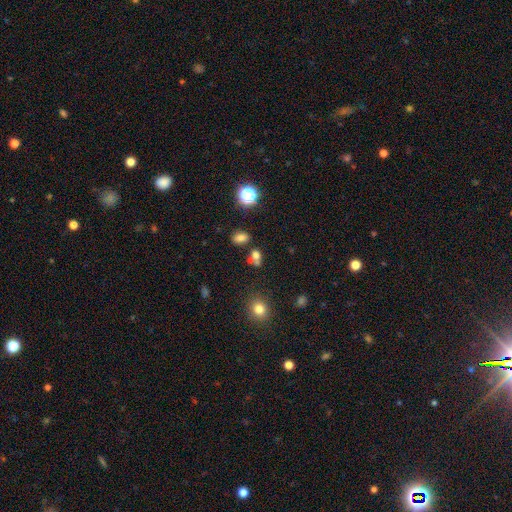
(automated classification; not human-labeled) Smooth or featured: smooth — 72% (star or artifact — 18%)
How rounded: in between — 63% (round — 35%)
Merging: none — 52% (merger — 32%)